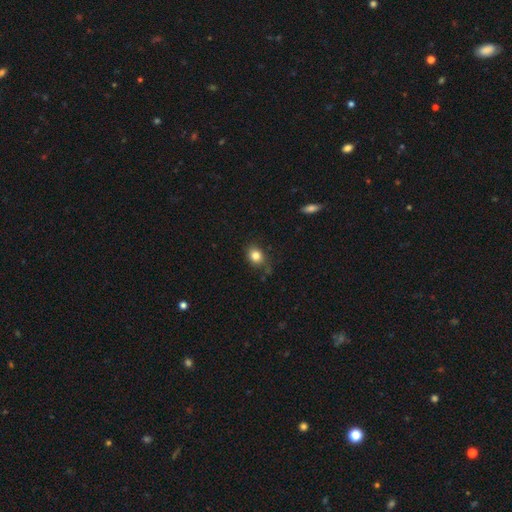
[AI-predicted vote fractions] A smooth galaxy with no disk features (82%) that is round (58%). Merging: none (76%).